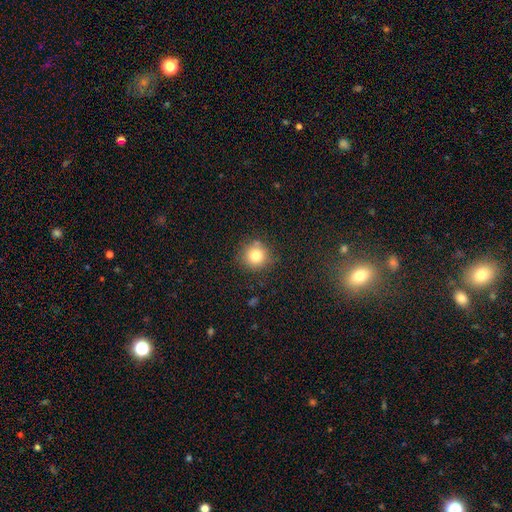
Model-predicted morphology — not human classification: Smooth or featured: smooth — 79% (star or artifact — 12%)
How rounded: round — 93% (in between — 6%)
Merging: none — 83% (minor disturbance — 11%)